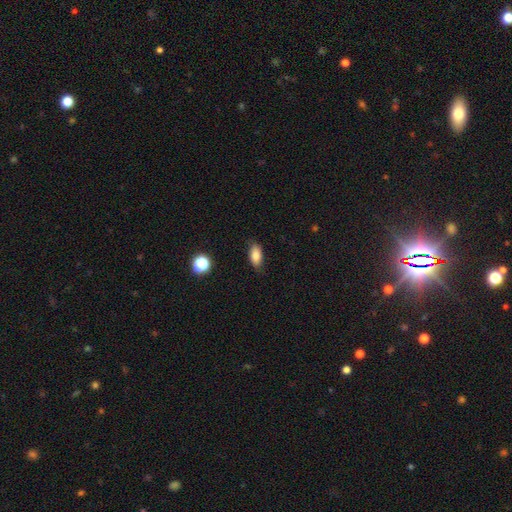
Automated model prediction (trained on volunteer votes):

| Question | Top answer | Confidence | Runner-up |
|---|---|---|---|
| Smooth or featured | smooth | 83% | star or artifact (9%) |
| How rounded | in between | 88% | cigar-shaped (7%) |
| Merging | none | 81% | minor disturbance (15%) |